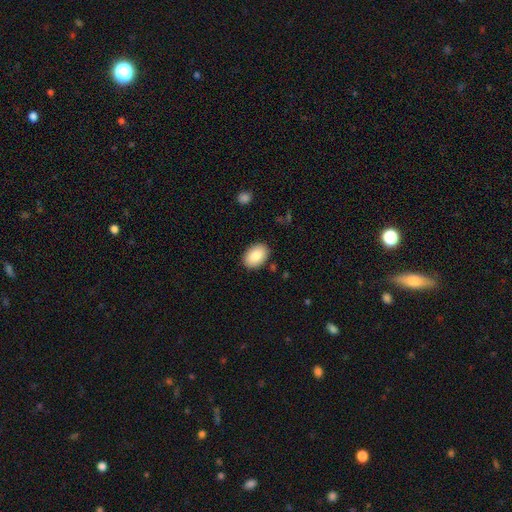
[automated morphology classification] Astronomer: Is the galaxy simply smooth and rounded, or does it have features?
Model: smooth — 87%.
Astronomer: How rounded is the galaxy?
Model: in between — 88%.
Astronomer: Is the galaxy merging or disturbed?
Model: none — 88%.